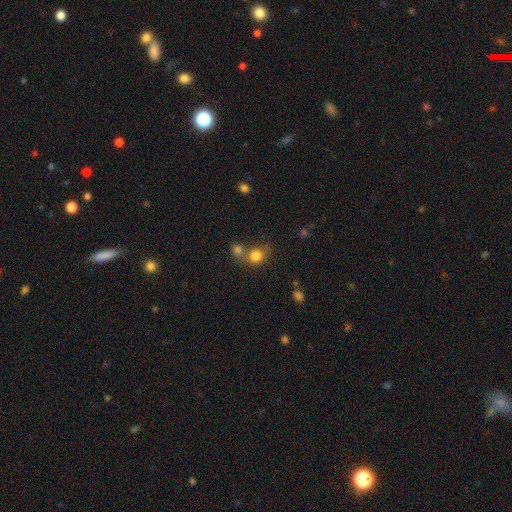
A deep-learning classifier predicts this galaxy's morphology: Smooth or featured?
  - smooth: 80% *
  - star or artifact: 12%
  - featured or disk: 8%
How rounded?
  - round: 78% *
  - in between: 21%
  - cigar-shaped: 1%
Merging?
  - none: 42% * (tied)
  - merger: 42% * (tied)
  - minor disturbance: 10%
  - major disturbance: 5%